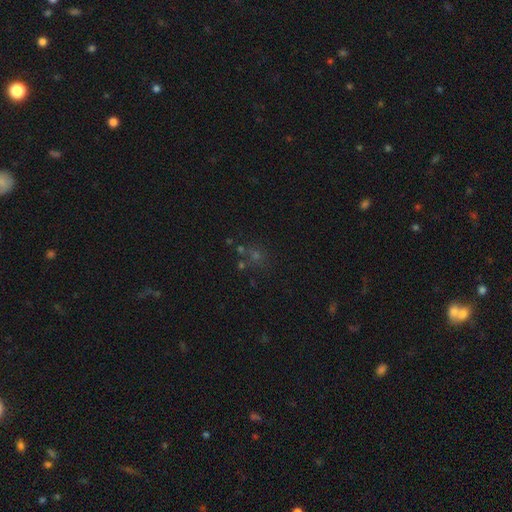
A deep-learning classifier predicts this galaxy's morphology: The model was most divided on "smooth or featured": star or artifact: 45%, smooth: 41%, featured or disk: 13%.